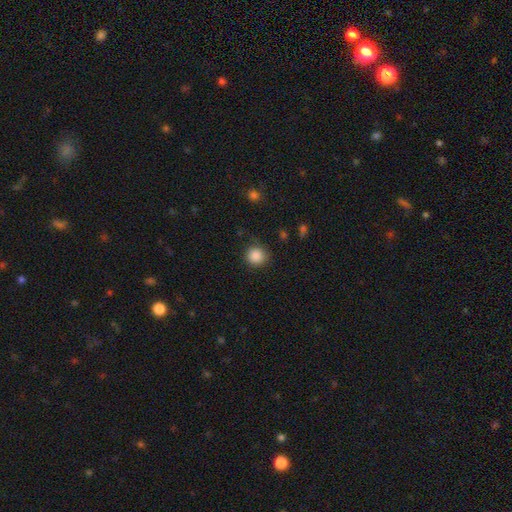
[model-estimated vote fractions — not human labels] Smooth or featured: smooth — 87% (star or artifact — 10%)
How rounded: round — 92% (in between — 8%)
Merging: none — 85% (minor disturbance — 10%)